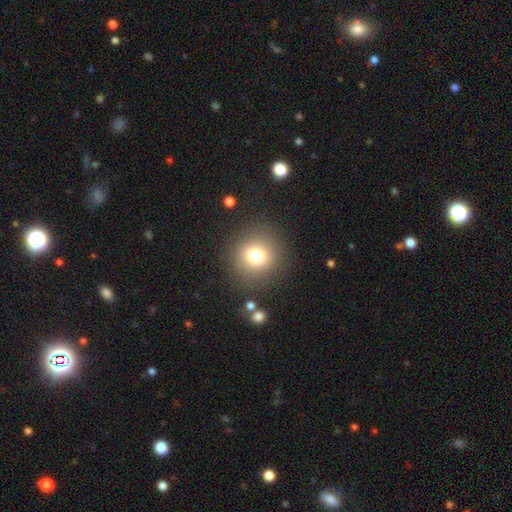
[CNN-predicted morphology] A smooth galaxy with no disk features (75%) that is round (91%). Merging: none (86%).